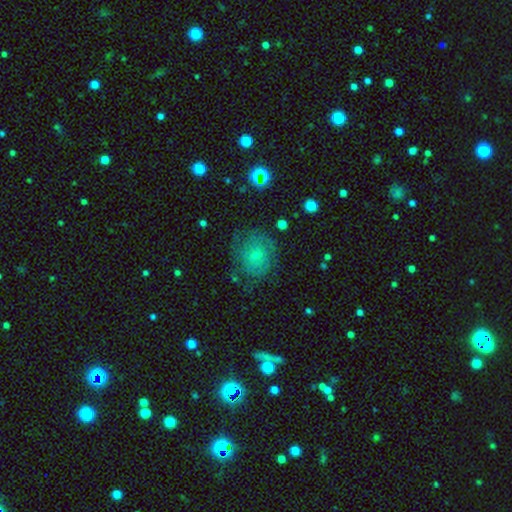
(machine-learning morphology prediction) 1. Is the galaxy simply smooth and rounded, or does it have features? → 44% smooth, 43% featured or disk, 13% star or artifact.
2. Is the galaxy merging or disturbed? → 67% none, 20% minor disturbance, 11% major disturbance, 2% merger.